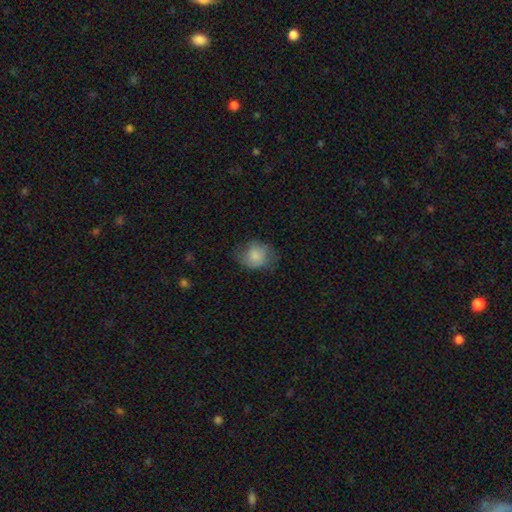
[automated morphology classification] smooth_or_featured: smooth (p=0.78) [alt: featured or disk p=0.14]
how_rounded: round (p=0.62) [alt: in between p=0.37]
merging: none (p=0.58) [alt: minor disturbance p=0.28]